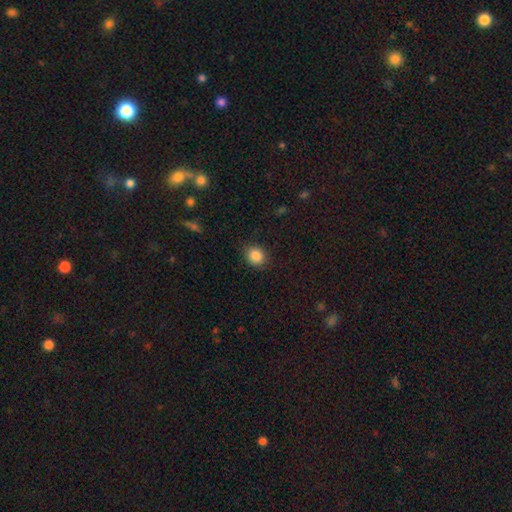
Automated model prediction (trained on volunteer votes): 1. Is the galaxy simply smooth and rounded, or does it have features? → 86% smooth, 10% star or artifact, 5% featured or disk.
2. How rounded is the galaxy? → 72% round, 27% in between, 1% cigar-shaped.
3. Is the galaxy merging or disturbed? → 85% none, 11% minor disturbance, 3% major disturbance, 1% merger.